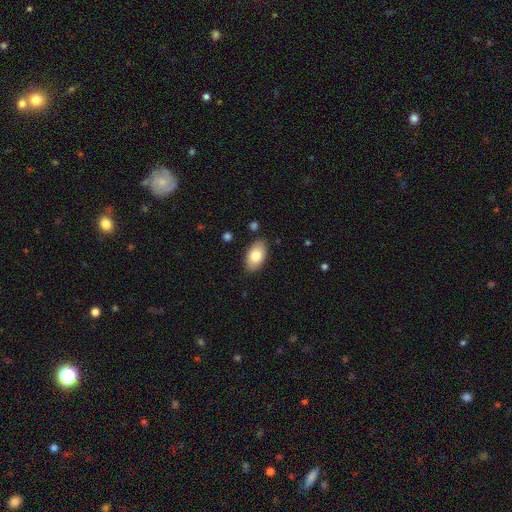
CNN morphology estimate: Smooth or featured? smooth (79%)
How rounded? in between (94%)
Merging? none (85%)